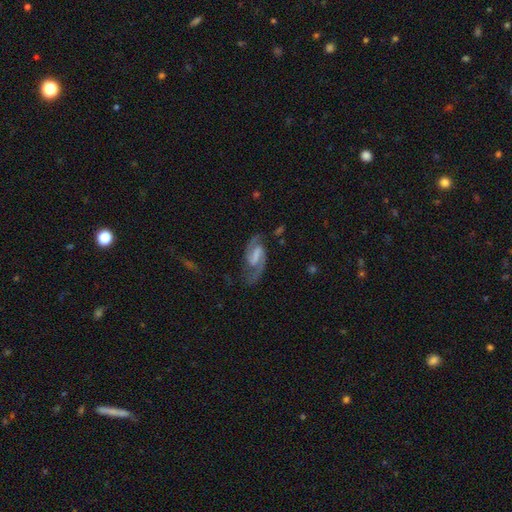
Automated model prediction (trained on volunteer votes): smooth-or-featured: featured or disk: 89% | smooth: 6% | star or artifact: 5%
  disk-edge-on: no: 97% | yes: 3%
    bar: weak: 45% | strong: 39% | no: 16%
    has-spiral-arms: yes: 97% | no: 3%
      spiral-winding: medium: 59% | loose: 23% | tight: 18%
      spiral-arm-count: 2: 93% | can't tell: 2% | 1: 2% | 3: 1% | 4: 1% | more than 4: 1%
    bulge-size: none: 52% | small: 22% | moderate: 18% | large: 7% | dominant: 1%
  merging: none: 75% | minor disturbance: 16% | major disturbance: 7% | merger: 2%